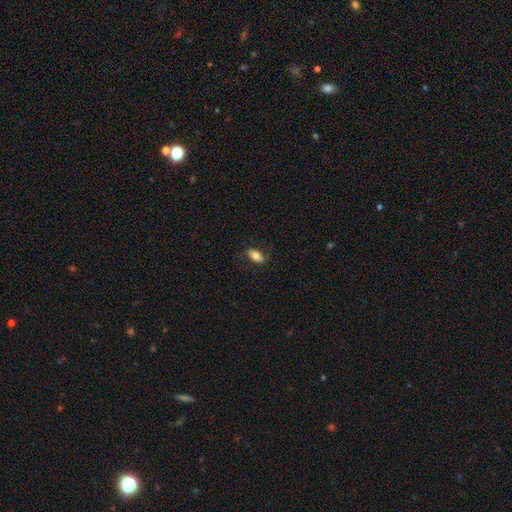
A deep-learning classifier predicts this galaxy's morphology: This is likely a smooth galaxy (76%). How rounded: clearly in between (88%). Merging: likely none (78%).